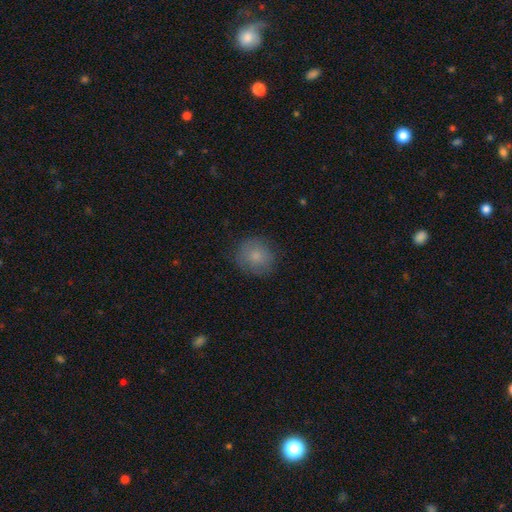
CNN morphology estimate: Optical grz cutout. It shows a smooth galaxy with no disk features (81%) that is round (85%). Merging: none (79%).